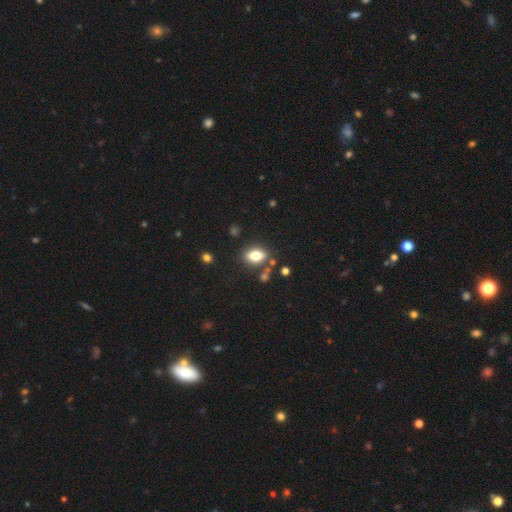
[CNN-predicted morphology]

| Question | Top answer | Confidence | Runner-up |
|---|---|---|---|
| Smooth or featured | smooth | 75% | featured or disk (15%) |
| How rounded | in between | 83% | round (12%) |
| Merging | none | 76% | minor disturbance (13%) |